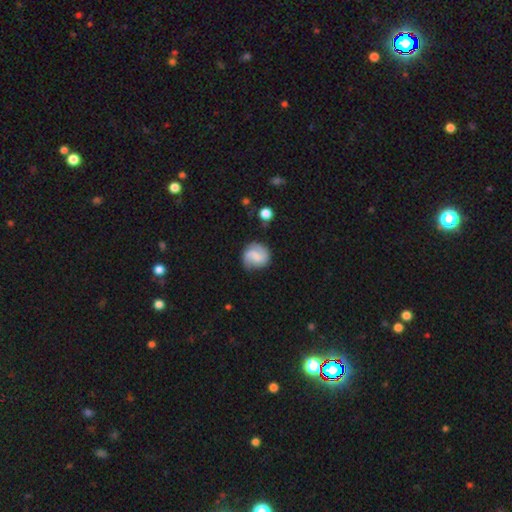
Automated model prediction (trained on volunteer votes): smooth_or_featured: featured or disk (p=0.52) [alt: smooth p=0.40]
disk_edge_on: no (p=0.98) [alt: yes p=0.02]
bar: weak (p=0.49) [alt: no p=0.29]
has_spiral_arms: yes (p=0.90) [alt: no p=0.10]
bulge_size: none (p=0.43) [alt: small p=0.29]
merging: none (p=0.73) [alt: minor disturbance p=0.18]